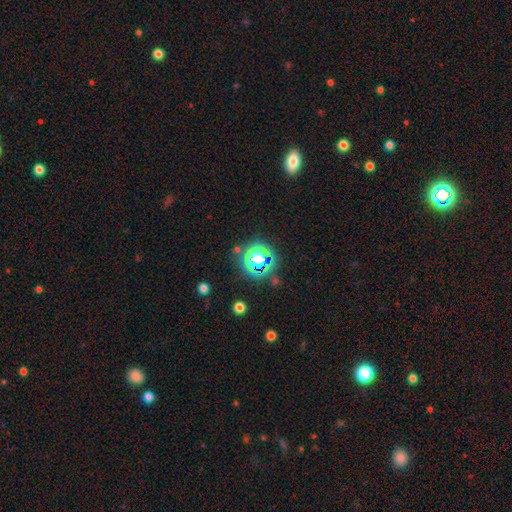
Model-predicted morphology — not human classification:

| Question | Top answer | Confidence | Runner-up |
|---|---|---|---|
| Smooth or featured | star or artifact | 63% | smooth (28%) |